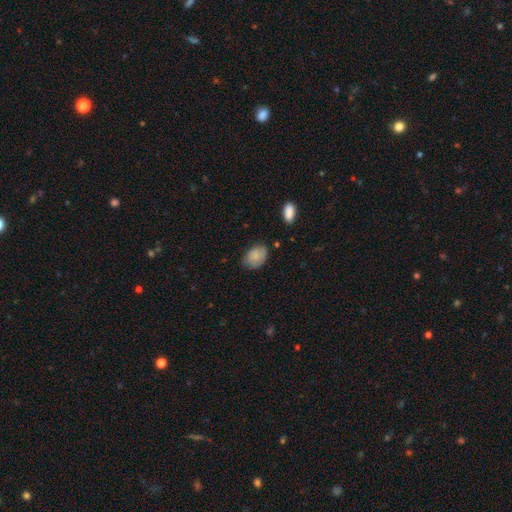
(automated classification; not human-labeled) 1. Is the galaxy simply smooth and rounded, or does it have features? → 82% smooth, 11% featured or disk, 7% star or artifact.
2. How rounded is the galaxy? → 81% in between, 17% round, 1% cigar-shaped.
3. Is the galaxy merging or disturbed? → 73% none, 21% minor disturbance, 4% major disturbance, 2% merger.